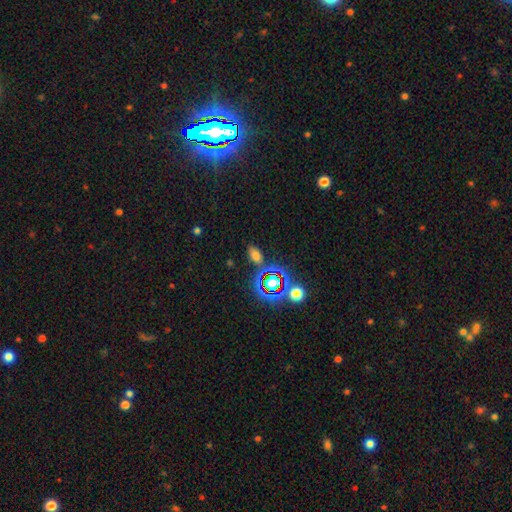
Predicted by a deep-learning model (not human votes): Smooth or featured? Predicted: smooth (p=0.63). How rounded? Predicted: in between (p=0.85). Merging? Predicted: none (p=0.77).